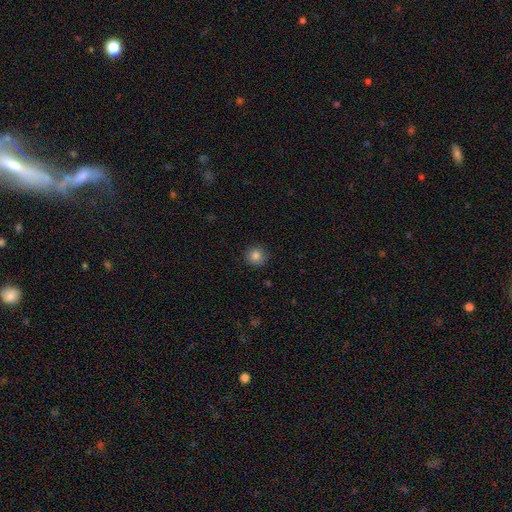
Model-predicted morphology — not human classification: smooth_or_featured: smooth (p=0.82) [alt: star or artifact p=0.11]
how_rounded: round (p=0.94) [alt: in between p=0.06]
merging: none (p=0.90) [alt: minor disturbance p=0.08]